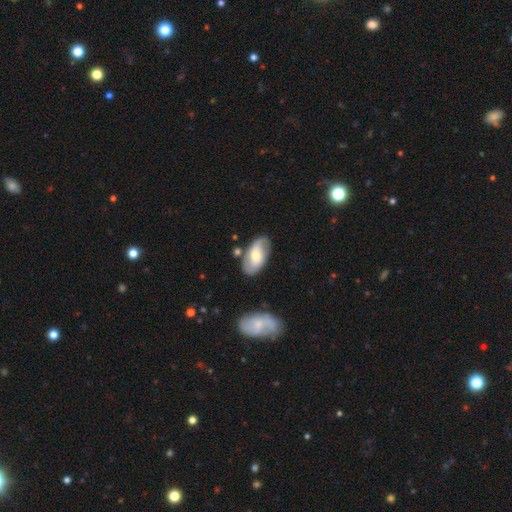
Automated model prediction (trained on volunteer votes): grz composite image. It shows a featured or disk galaxy (51%). Merging: none (74%).